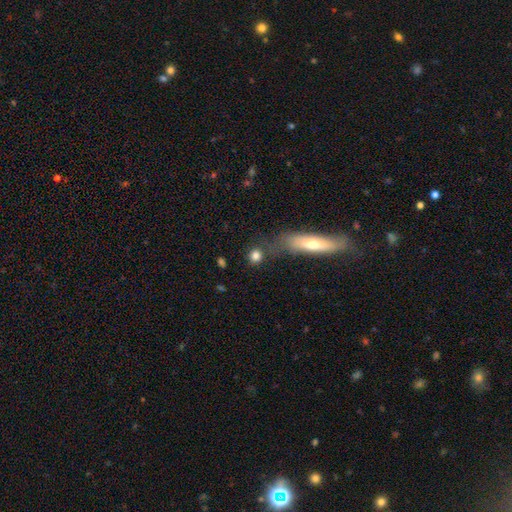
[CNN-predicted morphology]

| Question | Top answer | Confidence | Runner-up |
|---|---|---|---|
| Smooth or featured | smooth | 82% | star or artifact (10%) |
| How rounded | round | 76% | in between (20%) |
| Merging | none | 69% | merger (13%) |